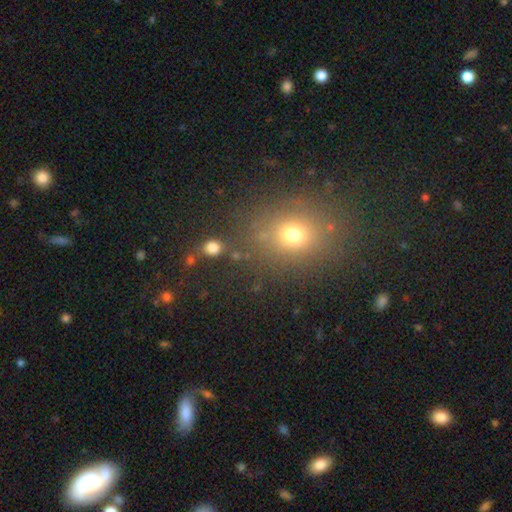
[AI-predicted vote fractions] Smooth or featured?
  - smooth: 64% *
  - star or artifact: 26%
  - featured or disk: 10%
How rounded?
  - round: 61% *
  - in between: 37%
  - cigar-shaped: 2%
Merging?
  - none: 83% *
  - minor disturbance: 10%
  - major disturbance: 4%
  - merger: 4%